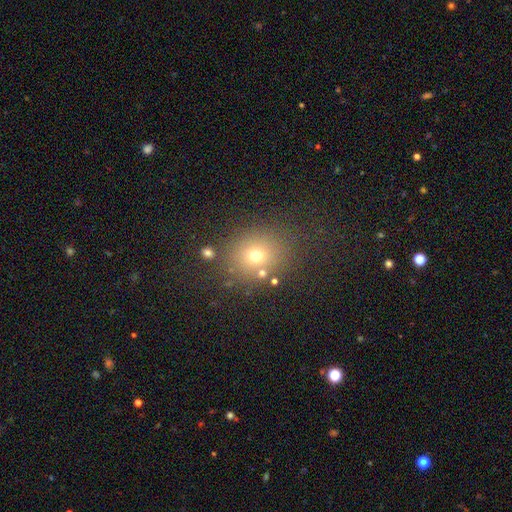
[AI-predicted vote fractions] Q: Smooth or featured?
A: smooth (67%); runner-up: star or artifact (21%)
Q: How rounded?
A: round (67%); runner-up: in between (32%)
Q: Merging?
A: none (76%); runner-up: minor disturbance (11%)